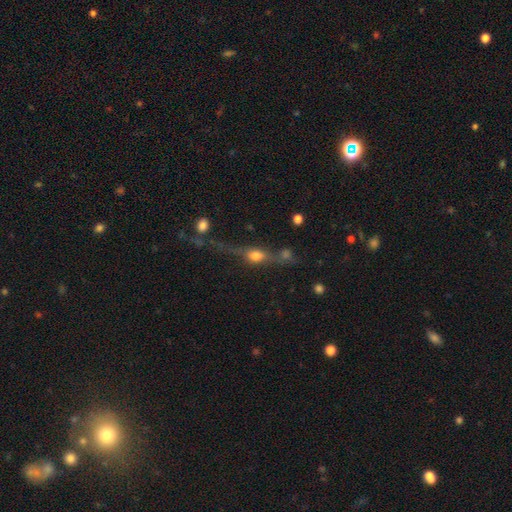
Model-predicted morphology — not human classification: A featured or disk galaxy (46%). Merging: none (45%).